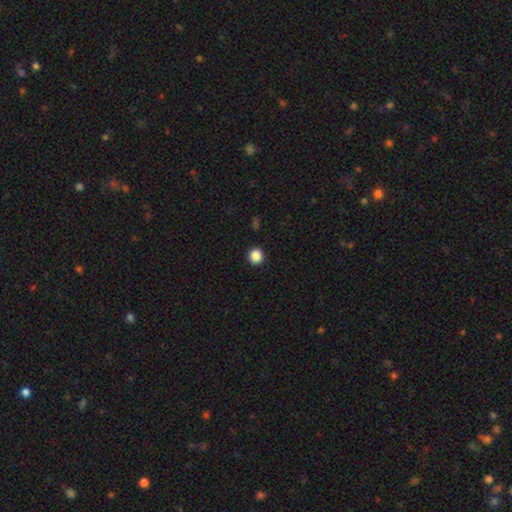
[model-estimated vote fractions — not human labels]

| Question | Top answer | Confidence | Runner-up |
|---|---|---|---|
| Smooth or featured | smooth | 87% | star or artifact (10%) |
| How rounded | round | 94% | in between (5%) |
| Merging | none | 93% | minor disturbance (4%) |